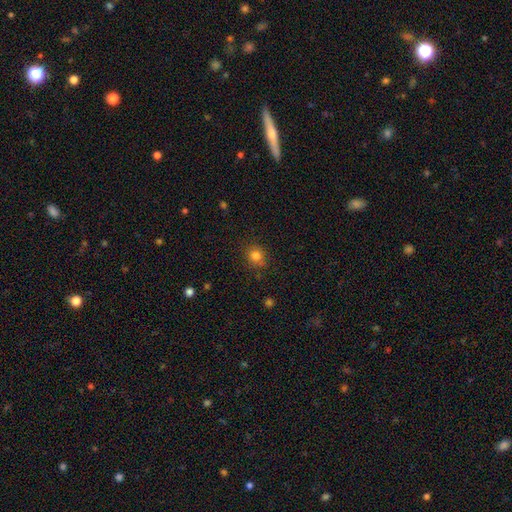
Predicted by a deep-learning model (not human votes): smooth 82%, star or artifact 13%, featured or disk 5%. Down the decision tree: how rounded — round (82%); merging — none (81%).